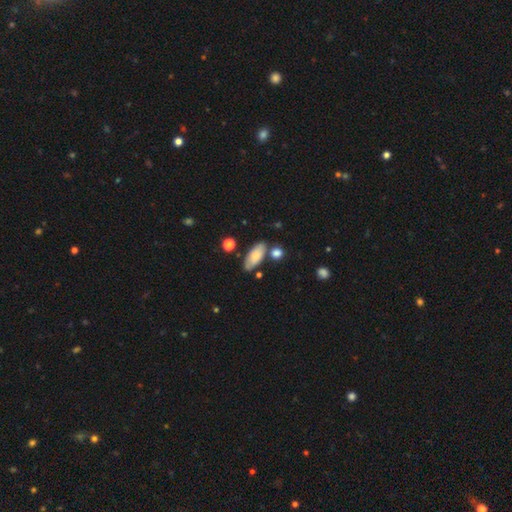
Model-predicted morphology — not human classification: Smooth or featured? Predicted: smooth (p=0.72). How rounded? Predicted: in between (p=0.83). Merging? Predicted: none (p=0.73).